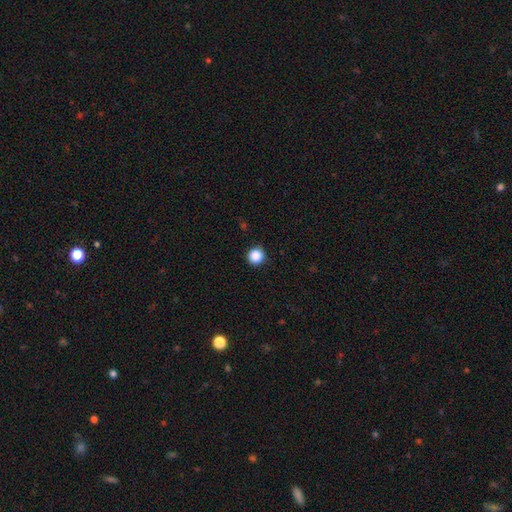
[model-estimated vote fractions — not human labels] smooth_or_featured: smooth (p=0.88) [alt: star or artifact p=0.10]
how_rounded: round (p=0.94) [alt: in between p=0.05]
merging: none (p=0.91) [alt: minor disturbance p=0.06]